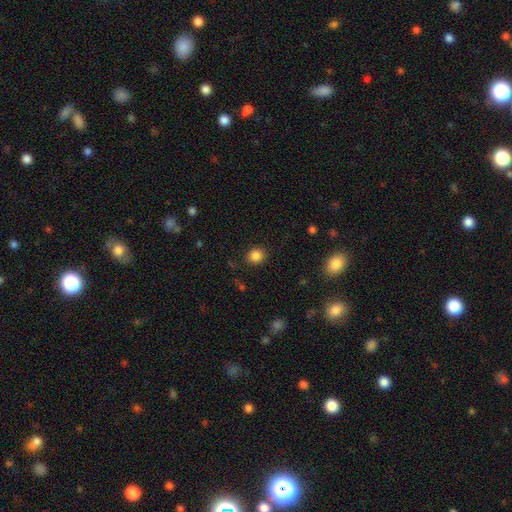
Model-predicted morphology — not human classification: Smooth or featured? Predicted: smooth (p=0.85). How rounded? Predicted: round (p=0.78). Merging? Predicted: none (p=0.88).